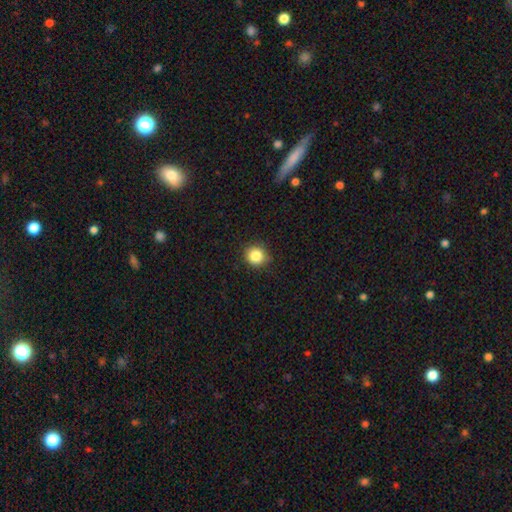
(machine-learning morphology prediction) Smooth or featured: smooth — 85% (star or artifact — 10%)
How rounded: round — 91% (in between — 8%)
Merging: none — 87% (minor disturbance — 9%)